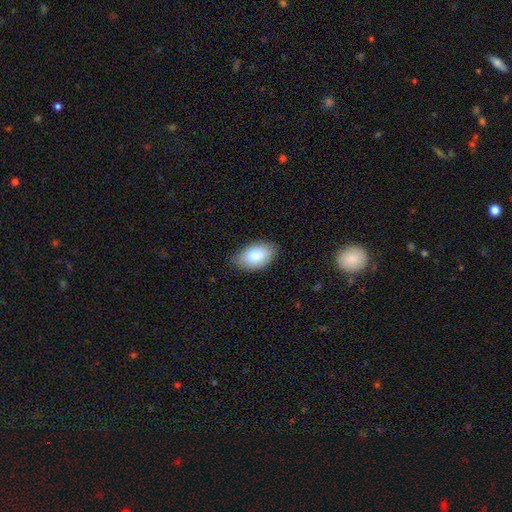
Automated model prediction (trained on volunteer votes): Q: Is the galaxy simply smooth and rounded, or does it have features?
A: smooth — 86%.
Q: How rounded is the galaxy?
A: in between — 95%.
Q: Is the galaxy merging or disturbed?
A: none — 79%.